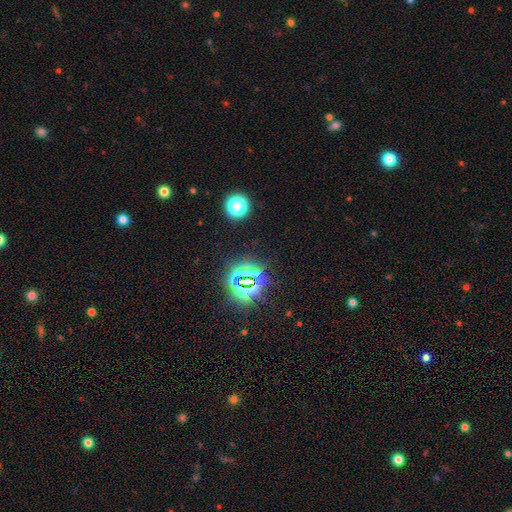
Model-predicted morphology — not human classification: Overall: star or artifact (79%).